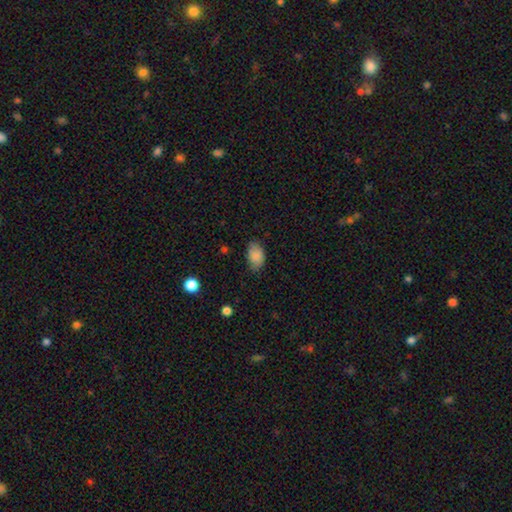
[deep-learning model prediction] smooth 86%, star or artifact 8%, featured or disk 6%. Down the decision tree: how rounded — in between (90%); merging — none (74%).